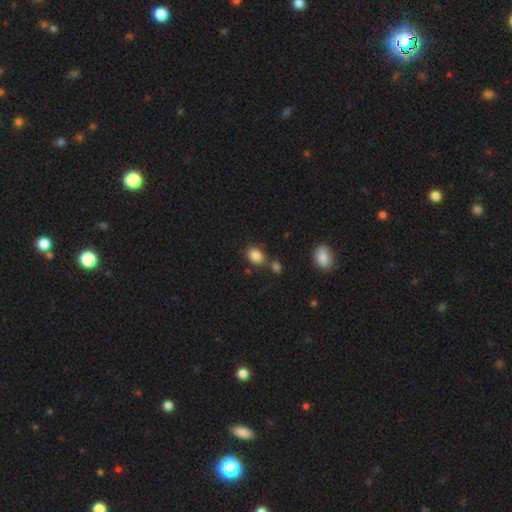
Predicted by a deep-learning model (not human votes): Smooth or featured: smooth — 86% (star or artifact — 9%)
How rounded: in between — 70% (round — 28%)
Merging: none — 70% (merger — 13%)